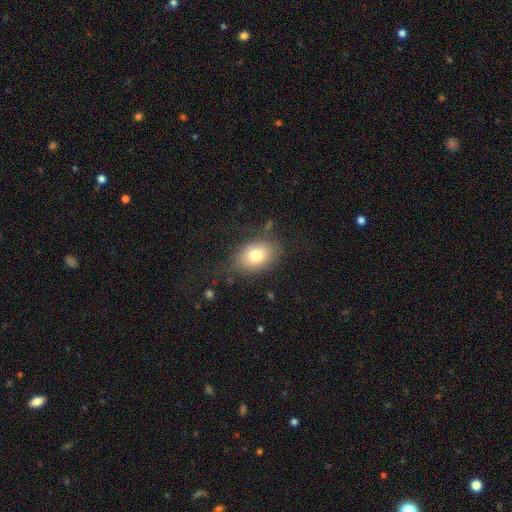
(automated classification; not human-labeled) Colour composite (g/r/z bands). It shows a smooth galaxy with no disk features (76%) that is in between round and cigar-shaped (75%). Merging: none (73%).